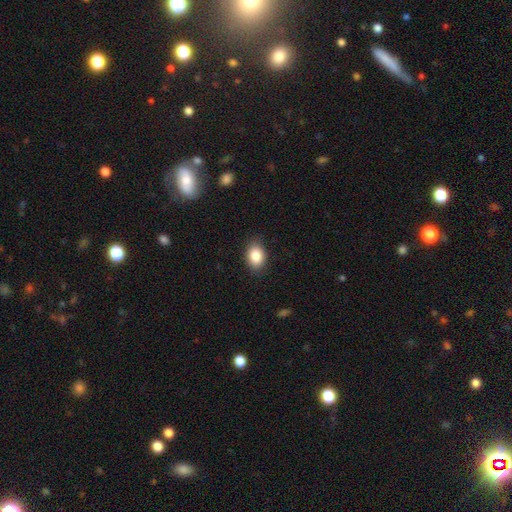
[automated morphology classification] Overall: smooth (86%). How rounded: in between (77%). Merging: none (84%).